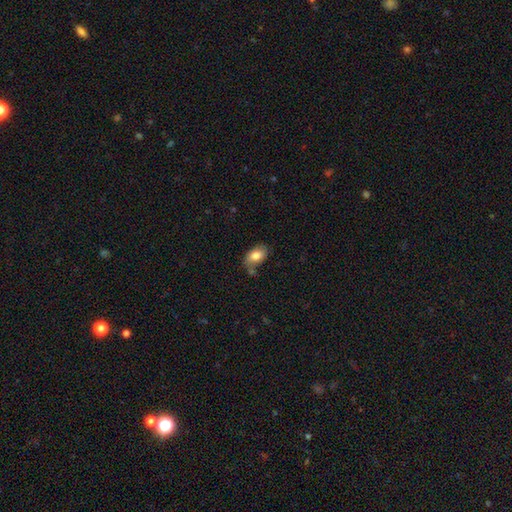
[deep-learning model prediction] The model was most divided on "merging": none: 63%, minor disturbance: 22%, merger: 10%, major disturbance: 5%. More confident: how rounded — in between (90%); smooth or featured — smooth (80%).